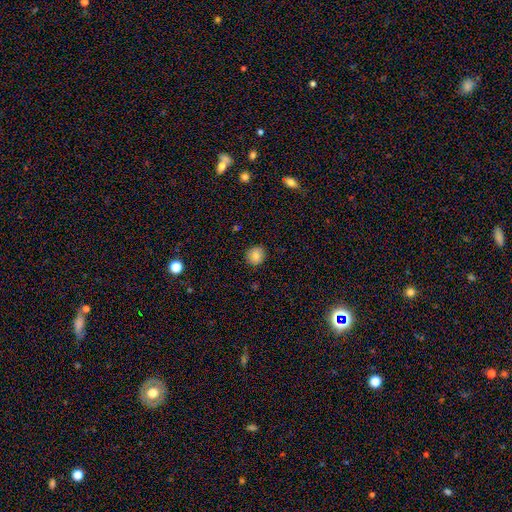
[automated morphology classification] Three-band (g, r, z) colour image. It shows a smooth galaxy with no disk features (82%) that is round (86%). Merging: none (89%).